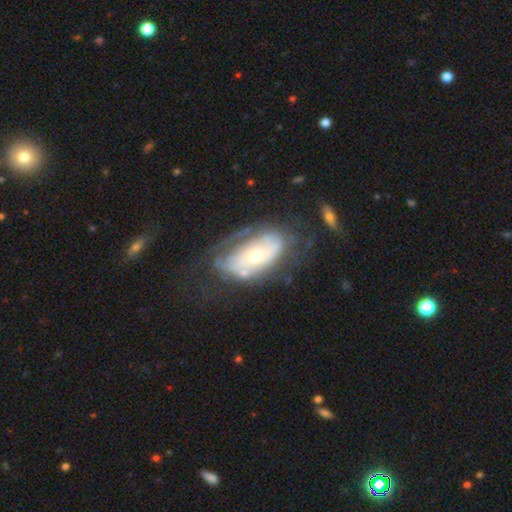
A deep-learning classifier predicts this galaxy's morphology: Overall: featured or disk (70%). Edge-on disk: no (92%). Bar: no (72%). Spiral arms: yes (69%; no 31%). Bulge size: moderate (52%; small 41%). Merging: none (46%; minor disturbance 25%).